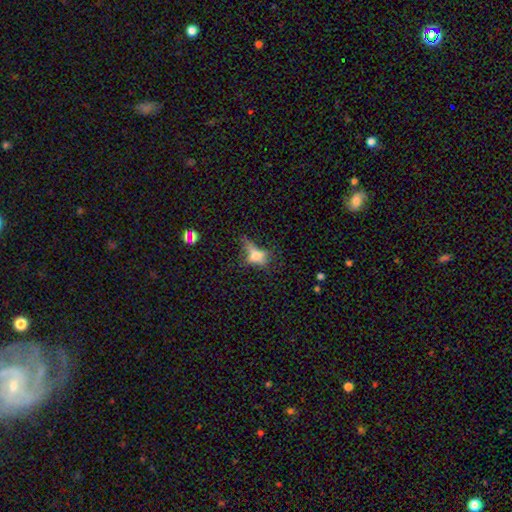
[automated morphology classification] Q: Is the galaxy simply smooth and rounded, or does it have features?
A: smooth — 53%.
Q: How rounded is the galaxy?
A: in between — 71%.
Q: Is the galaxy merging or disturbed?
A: major disturbance — 40%.